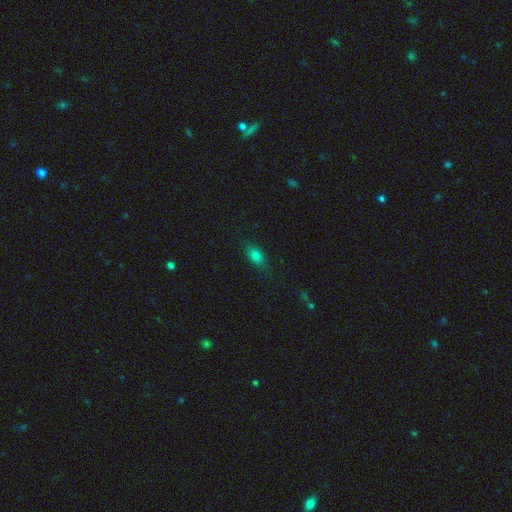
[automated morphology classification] smooth 76%, star or artifact 12%, featured or disk 12%. Down the decision tree: how rounded — in between (78%); merging — none (78%).